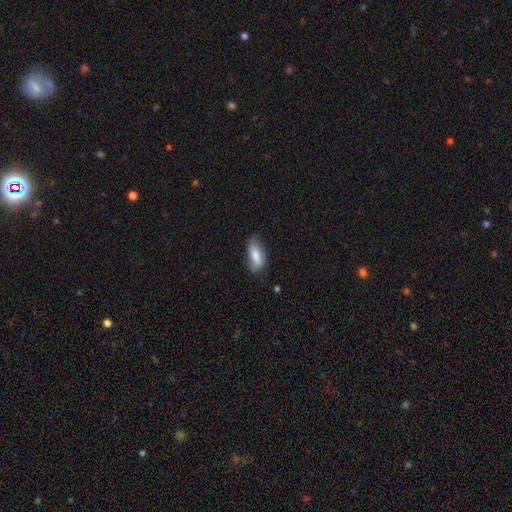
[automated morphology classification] Smooth or featured? Predicted: smooth (p=0.74). How rounded? Predicted: in between (p=0.85). Merging? Predicted: none (p=0.58).